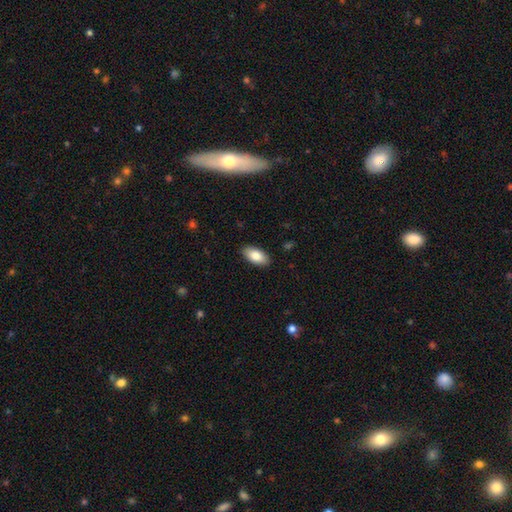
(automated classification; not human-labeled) The model was most divided on "smooth or featured": smooth: 84%, featured or disk: 10%, star or artifact: 6%. More confident: how rounded — in between (93%); merging — none (90%).